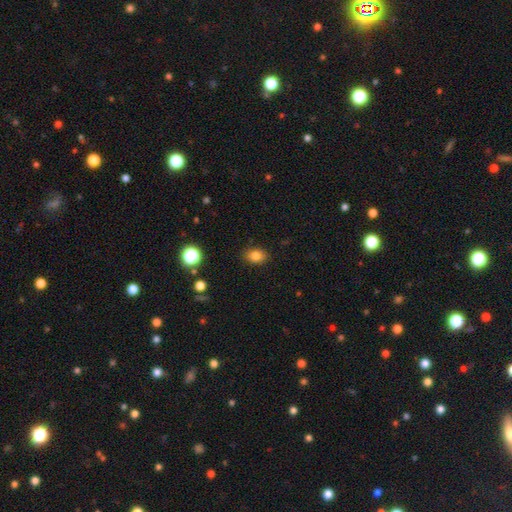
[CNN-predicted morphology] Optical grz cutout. It shows a smooth galaxy with no disk features (81%) that is in between round and cigar-shaped (68%). Merging: none (87%).